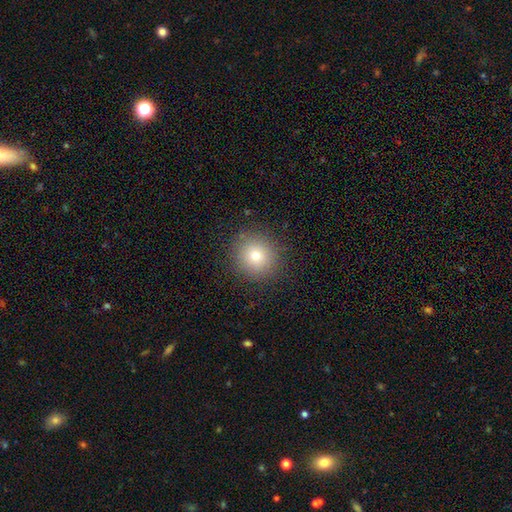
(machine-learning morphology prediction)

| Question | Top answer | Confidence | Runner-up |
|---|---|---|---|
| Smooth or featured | smooth | 77% | star or artifact (14%) |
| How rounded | round | 91% | in between (8%) |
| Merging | none | 90% | minor disturbance (7%) |